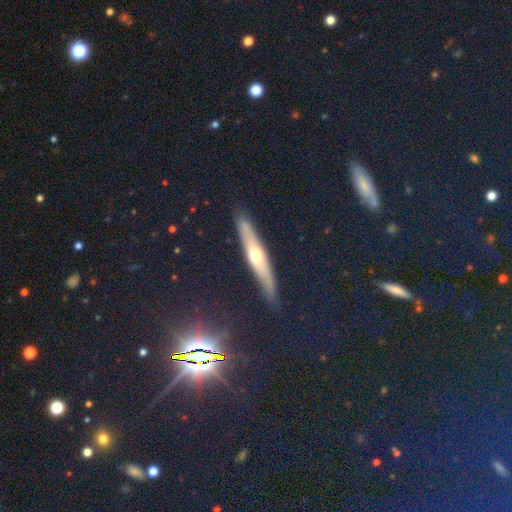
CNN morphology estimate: smooth-or-featured: featured or disk: 53% | smooth: 29% | star or artifact: 17%
  disk-edge-on: yes: 88% | no: 12%
  merging: none: 88% | minor disturbance: 8% | major disturbance: 2% | merger: 1%